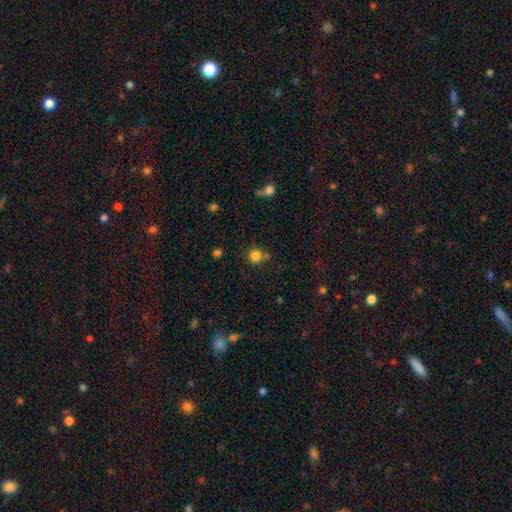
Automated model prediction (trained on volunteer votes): Q: Smooth or featured?
A: smooth (82%); runner-up: star or artifact (13%)
Q: How rounded?
A: round (92%); runner-up: in between (7%)
Q: Merging?
A: none (74%); runner-up: minor disturbance (13%)